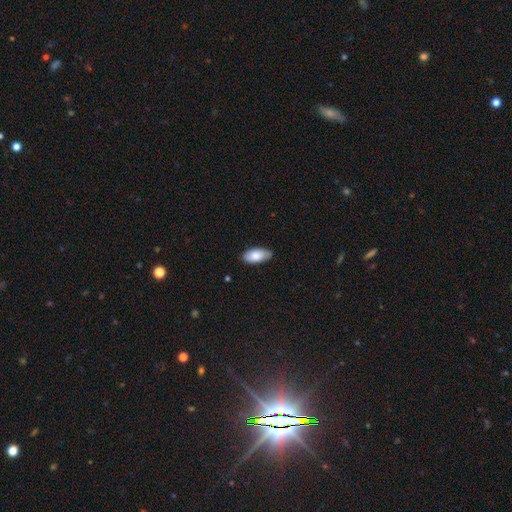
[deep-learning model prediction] Overall: smooth (83%). How rounded: in between (93%). Merging: none (81%).